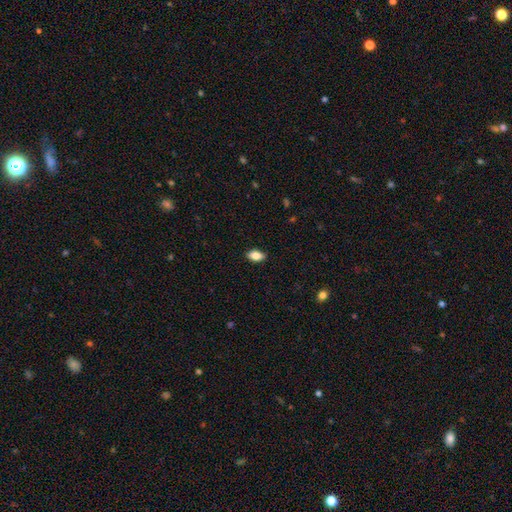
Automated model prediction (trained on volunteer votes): Smooth or featured? smooth (82%)
How rounded? in between (89%)
Merging? none (88%)